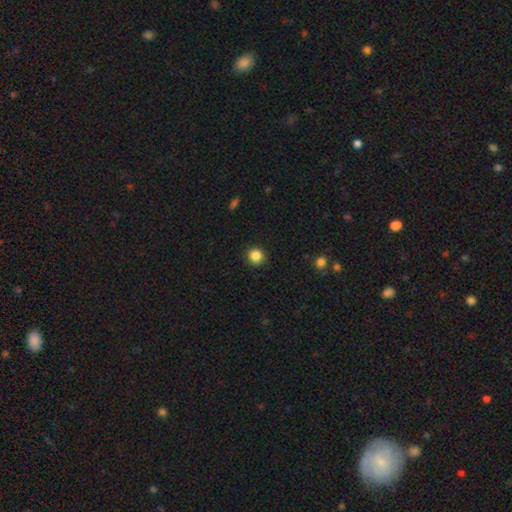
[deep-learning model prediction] This appears to be a smooth galaxy with no disk features (86%) that is round (93%). Merging: none (91%).